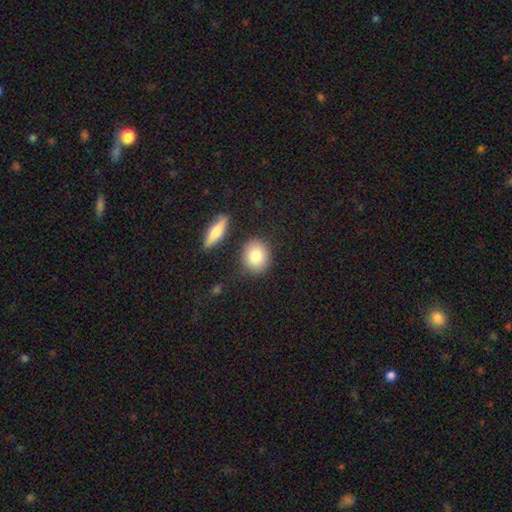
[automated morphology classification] Smooth or featured?
  - smooth: 82% *
  - featured or disk: 10%
  - star or artifact: 7%
How rounded?
  - round: 65% *
  - in between: 33%
  - cigar-shaped: 2%
Merging?
  - none: 83% *
  - minor disturbance: 9%
  - merger: 5%
  - major disturbance: 3%